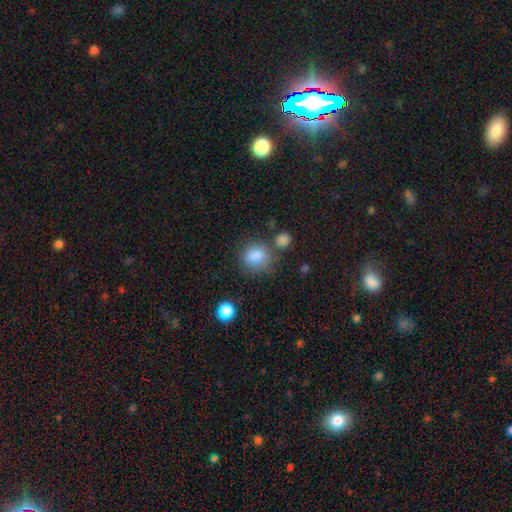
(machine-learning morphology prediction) This is clearly a smooth galaxy (83%). How rounded: likely round (61%). Merging: possibly none (58%).